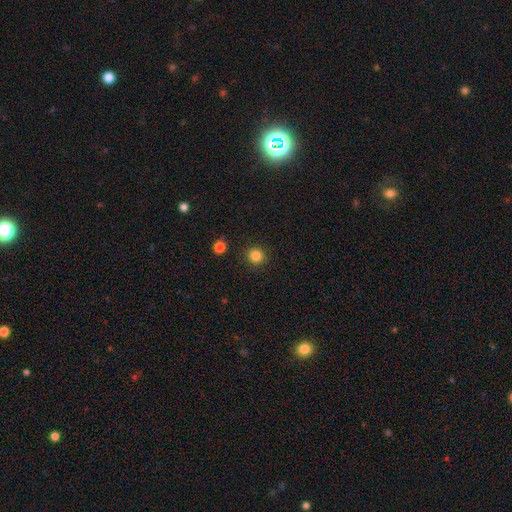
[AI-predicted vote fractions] smooth 84%, star or artifact 12%, featured or disk 4%. Down the decision tree: how rounded — round (93%); merging — none (90%).